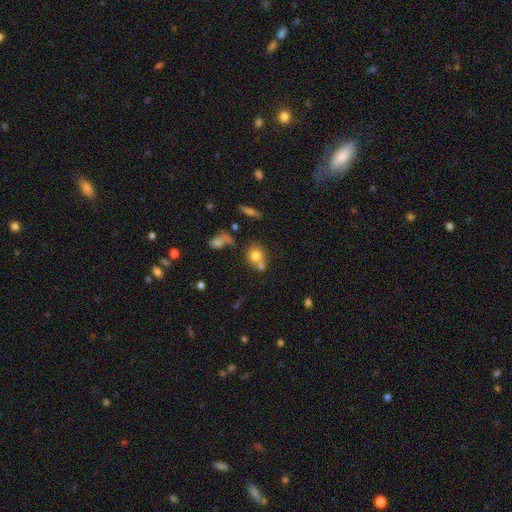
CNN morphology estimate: smooth 74%, featured or disk 15%, star or artifact 11%. Down the decision tree: how rounded — round (73%); merging — merger (43%).